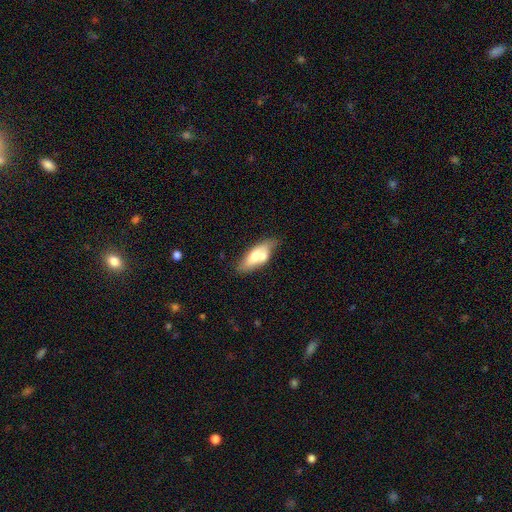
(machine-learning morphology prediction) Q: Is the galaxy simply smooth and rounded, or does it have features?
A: smooth — 62%.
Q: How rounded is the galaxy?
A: in between — 73%.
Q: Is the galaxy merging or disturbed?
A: none — 49%.